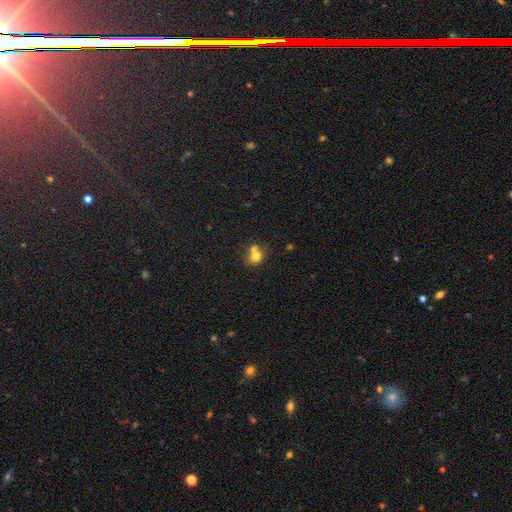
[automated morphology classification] type=smooth (72%); roundness=round (66%); merging=merger (49%).